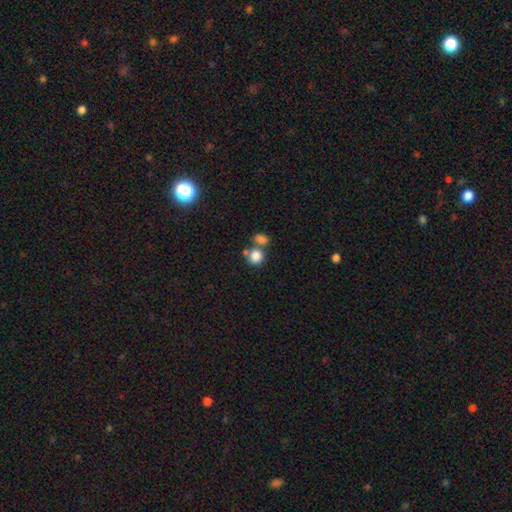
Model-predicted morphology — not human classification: Smooth or featured: smooth — 83% (star or artifact — 10%)
How rounded: round — 76% (in between — 23%)
Merging: none — 49% (merger — 37%)